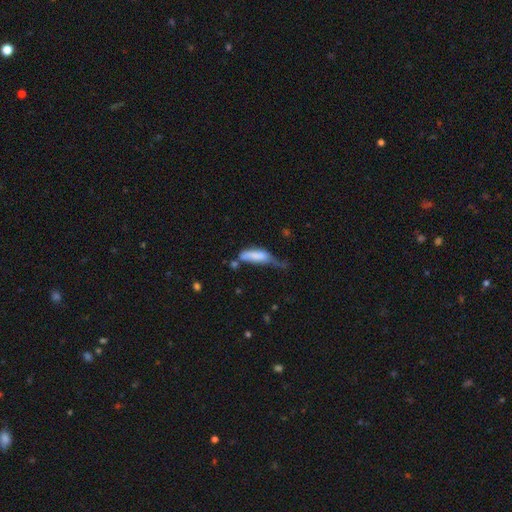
Morphology: type=smooth (74%); roundness=in between (68%); merging=major disturbance (42%).